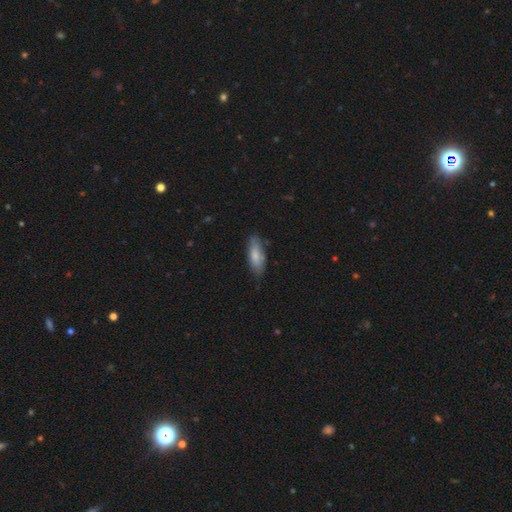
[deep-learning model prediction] Smooth or featured: smooth — 79% (featured or disk — 16%)
How rounded: in between — 64% (cigar-shaped — 34%)
Merging: none — 74% (minor disturbance — 20%)